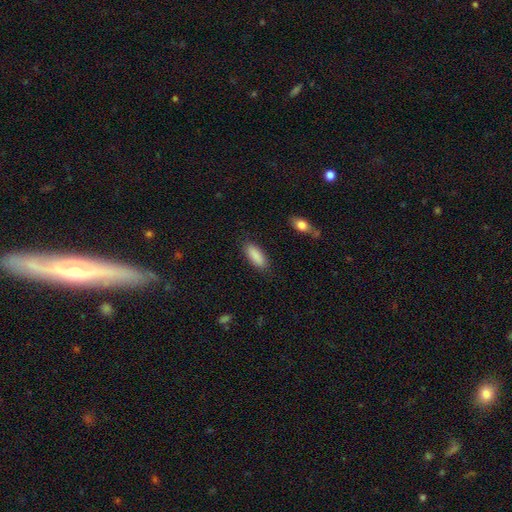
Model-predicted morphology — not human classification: Smooth or featured?
  - smooth: 90% *
  - star or artifact: 6%
  - featured or disk: 4%
How rounded?
  - in between: 76% *
  - cigar-shaped: 22%
  - round: 2%
Merging?
  - none: 86% *
  - minor disturbance: 10%
  - major disturbance: 3%
  - merger: 2%